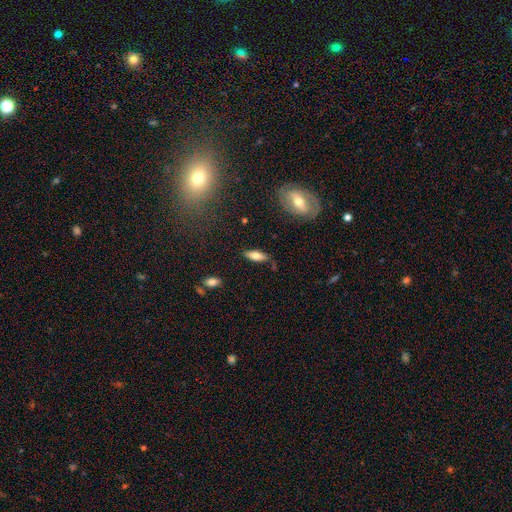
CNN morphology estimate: Q: Smooth or featured?
A: smooth (68%); runner-up: featured or disk (24%)
Q: How rounded?
A: in between (64%); runner-up: cigar-shaped (34%)
Q: Merging?
A: none (80%); runner-up: minor disturbance (14%)